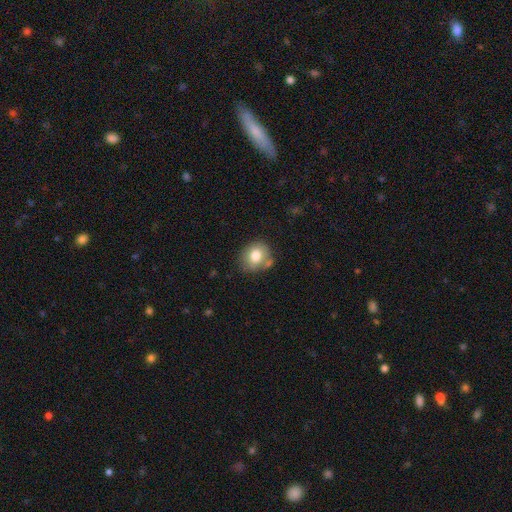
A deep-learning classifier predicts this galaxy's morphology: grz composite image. It shows a smooth galaxy with no disk features (77%) that is round (67%). Merging: none (67%).